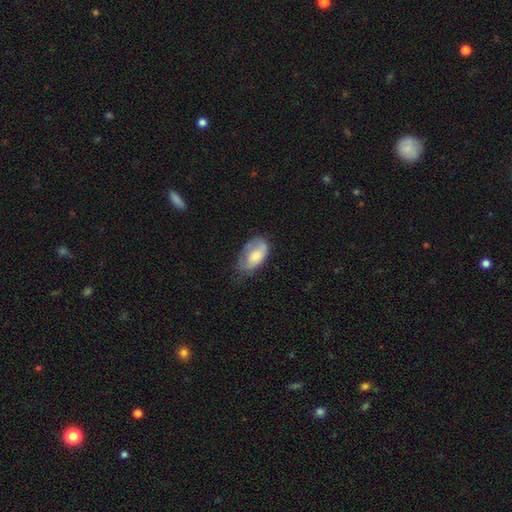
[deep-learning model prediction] Smooth or featured: smooth — 66% (featured or disk — 28%)
How rounded: in between — 93% (round — 4%)
Merging: none — 47% (minor disturbance — 35%)